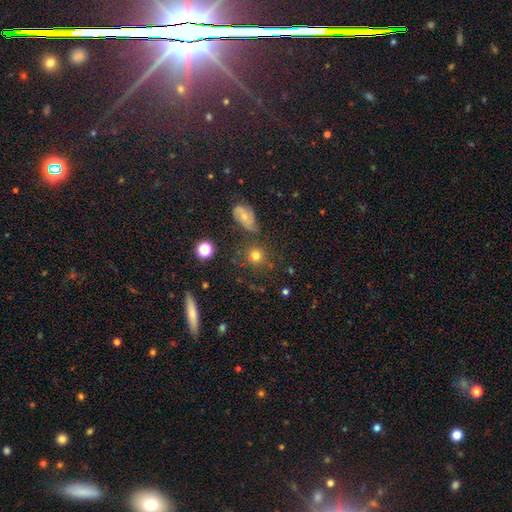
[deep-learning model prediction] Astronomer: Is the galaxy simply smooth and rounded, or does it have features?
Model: smooth — 75%.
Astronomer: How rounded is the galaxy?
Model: round — 88%.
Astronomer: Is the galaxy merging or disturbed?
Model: none — 76%.